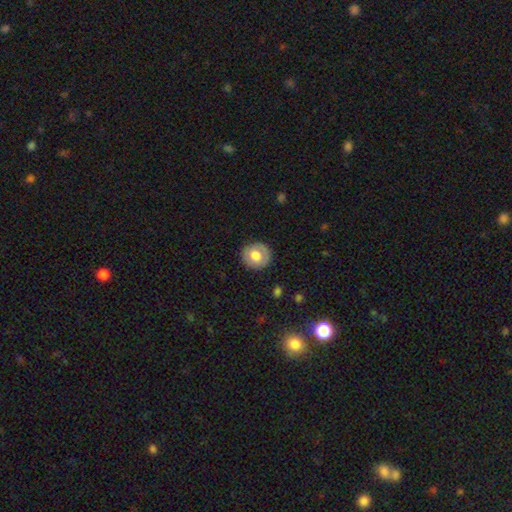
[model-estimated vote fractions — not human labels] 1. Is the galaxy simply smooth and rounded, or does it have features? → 70% smooth, 23% featured or disk, 7% star or artifact.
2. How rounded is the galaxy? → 91% round, 8% in between, 1% cigar-shaped.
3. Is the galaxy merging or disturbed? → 87% none, 9% minor disturbance, 2% major disturbance, 1% merger.